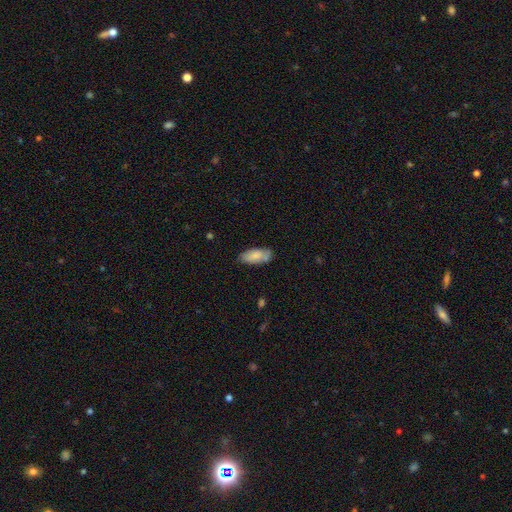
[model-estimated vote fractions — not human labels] A smooth galaxy with no disk features (79%) that is in between round and cigar-shaped (84%).

Vote fractions:
- Smooth or featured? smooth: 79% / featured or disk: 14% / star or artifact: 6%
- How rounded? in between: 84% / cigar-shaped: 14% / round: 2%
- Merging? none: 67% / minor disturbance: 22% / merger: 7% / major disturbance: 4%